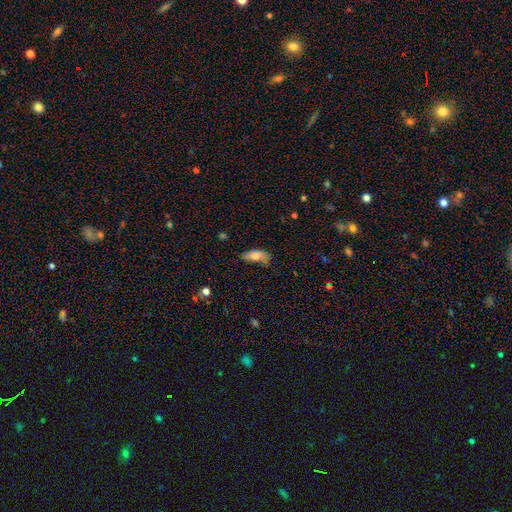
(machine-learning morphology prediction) A smooth galaxy with no disk features (72%) that is in between round and cigar-shaped (81%). Merging: none (50%).